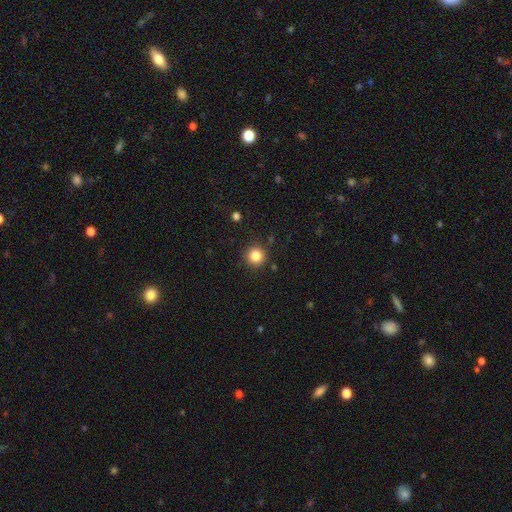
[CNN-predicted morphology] smooth_or_featured: smooth (p=0.84) [alt: star or artifact p=0.11]
how_rounded: round (p=0.95) [alt: in between p=0.04]
merging: none (p=0.90) [alt: minor disturbance p=0.06]